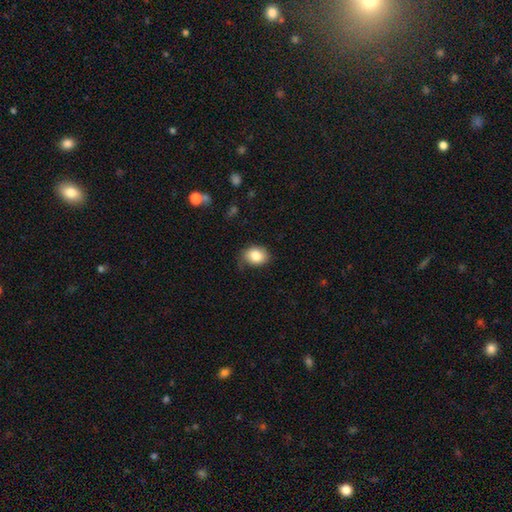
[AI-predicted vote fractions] smooth 83%, featured or disk 8%, star or artifact 8%. Down the decision tree: how rounded — in between (62%); merging — none (72%).